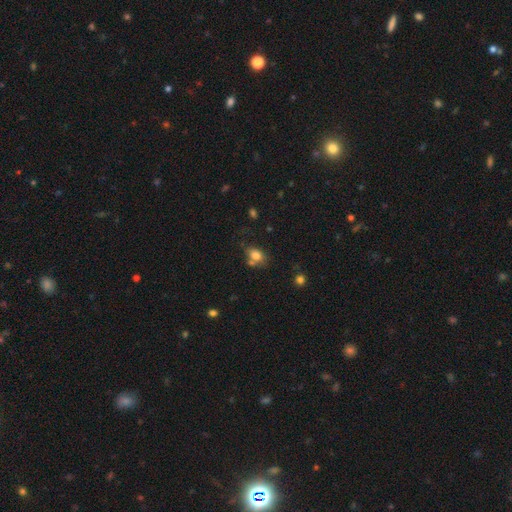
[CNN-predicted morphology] A smooth galaxy with no disk features (79%) that is in between round and cigar-shaped (71%).

Vote fractions:
- Smooth or featured? smooth: 79% / star or artifact: 11% / featured or disk: 10%
- How rounded? in between: 71% / round: 28% / cigar-shaped: 1%
- Merging? none: 51% / merger: 23% / minor disturbance: 18% / major disturbance: 7%